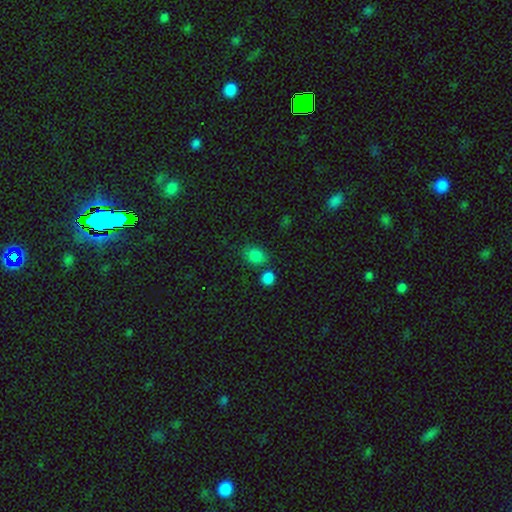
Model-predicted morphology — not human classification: A smooth galaxy with no disk features (83%) that is round (52%).

Vote fractions:
- Smooth or featured? smooth: 83% / star or artifact: 13% / featured or disk: 4%
- How rounded? round: 52% / in between: 47% / cigar-shaped: 1%
- Merging? none: 69% / minor disturbance: 14% / merger: 13% / major disturbance: 4%